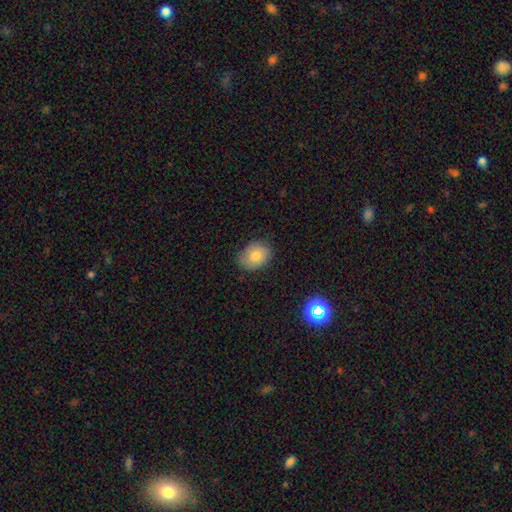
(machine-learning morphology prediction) type=smooth (77%); roundness=in between (58%); merging=none (78%).